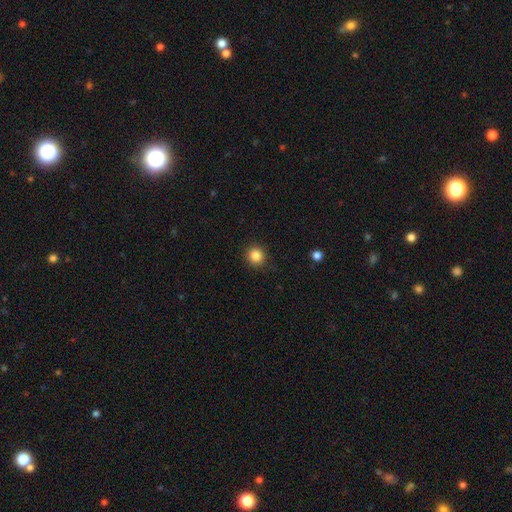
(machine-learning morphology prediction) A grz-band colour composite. It shows a smooth galaxy with no disk features (85%) that is round (93%). Merging: none (91%).